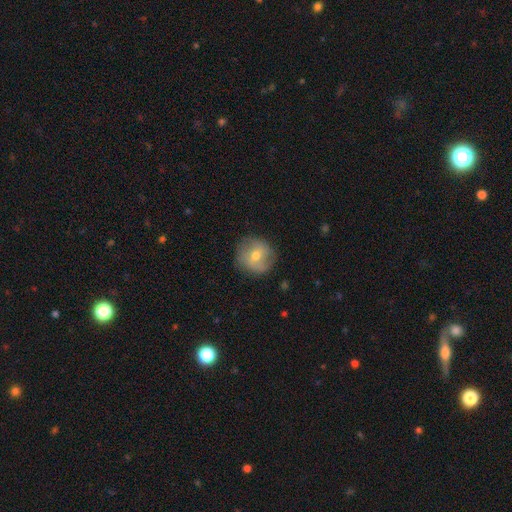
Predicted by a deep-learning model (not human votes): Morphology: type=smooth (51%); roundness=round (90%); merging=none (80%).